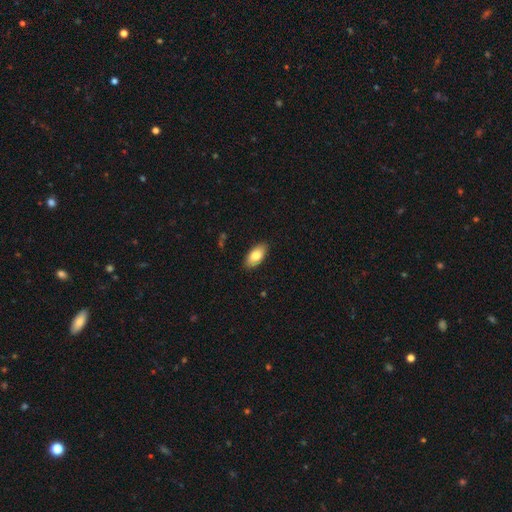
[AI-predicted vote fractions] Smooth or featured? smooth (80%)
How rounded? in between (92%)
Merging? none (88%)